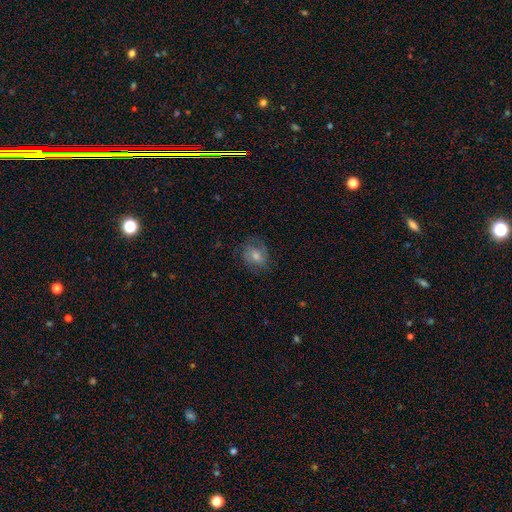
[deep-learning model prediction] Smooth or featured: smooth — 50% (featured or disk — 41%)
Merging: none — 68% (minor disturbance — 20%)